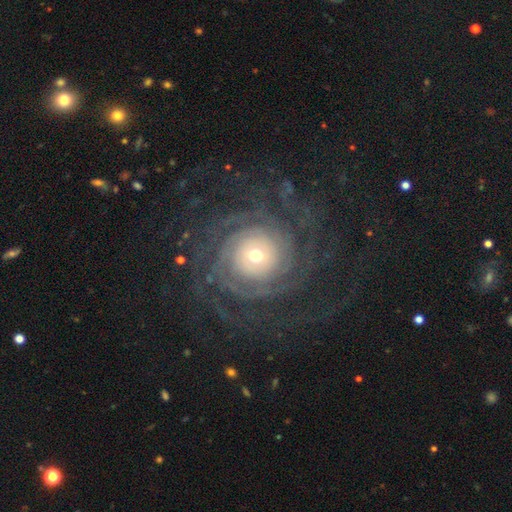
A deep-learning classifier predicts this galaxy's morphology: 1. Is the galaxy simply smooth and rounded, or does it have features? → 88% featured or disk, 7% star or artifact, 6% smooth.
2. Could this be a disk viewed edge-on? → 97% no, 3% yes.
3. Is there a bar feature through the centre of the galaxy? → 71% no, 20% weak, 9% strong.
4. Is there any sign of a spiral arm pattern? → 97% yes, 3% no.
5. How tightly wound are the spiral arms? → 78% tight, 16% medium, 6% loose.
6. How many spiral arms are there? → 27% can't tell, 20% more than 4, 15% 4, 15% 2, 13% 3, 10% 1.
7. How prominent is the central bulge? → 56% moderate, 33% small, 9% large, 1% dominant, 1% none.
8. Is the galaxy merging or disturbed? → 76% none, 11% major disturbance, 11% minor disturbance, 1% merger.